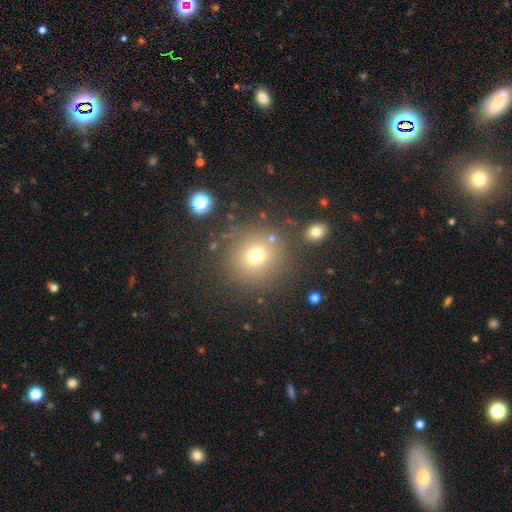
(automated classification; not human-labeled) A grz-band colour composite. It shows a smooth galaxy with no disk features (71%) that is round (90%). Merging: none (83%).